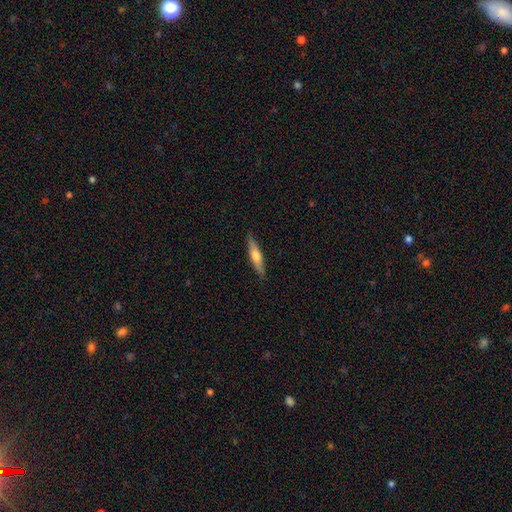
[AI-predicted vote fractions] This is possibly a smooth galaxy (51%). How rounded: clearly cigar-shaped (83%). Merging: clearly none (89%).